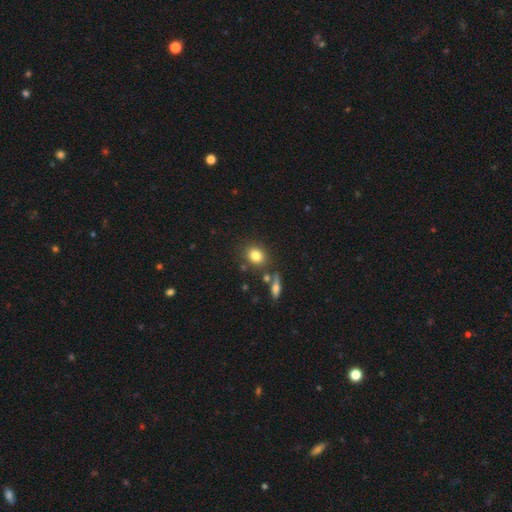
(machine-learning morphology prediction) This appears to be a smooth galaxy with no disk features (81%) that is round (56%). Merging: none (77%).